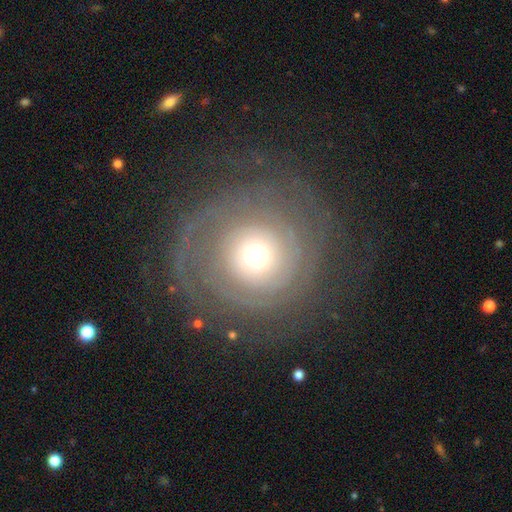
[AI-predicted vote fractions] This is likely a featured or disk galaxy (74%). It is clearly not viewed edge-on (97%). Bar: clearly no (85%). Spiral arm pattern: clearly yes (87%). Spiral arm count: marginally can't tell (38%). Spiral winding: likely tight (77%). Central bulge: possibly moderate (49%). Merging: likely none (75%).